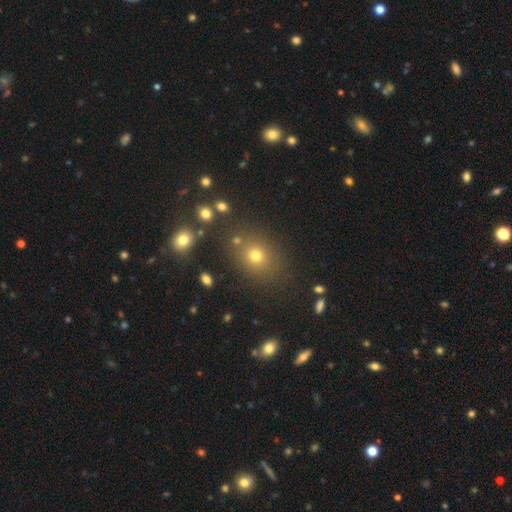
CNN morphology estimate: This appears to be a smooth galaxy with no disk features (69%) that is round (66%). Merging: none (79%).